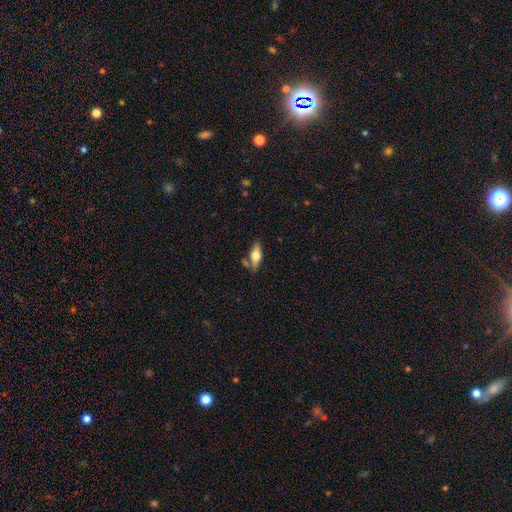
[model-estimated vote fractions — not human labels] The model was most divided on "smooth or featured": smooth: 60%, featured or disk: 34%, star or artifact: 7%. More confident: how rounded — in between (73%); merging — none (71%).